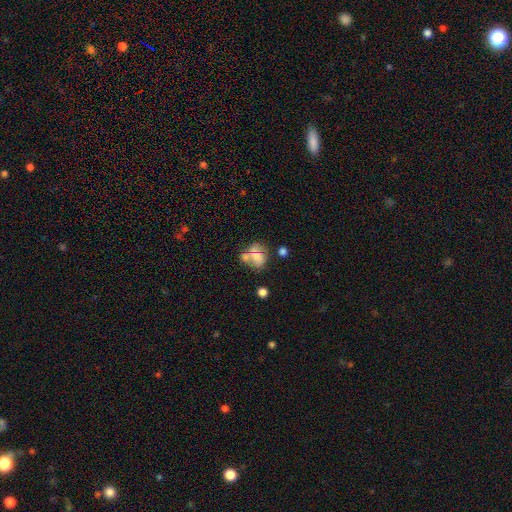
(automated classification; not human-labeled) smooth 60%, featured or disk 29%, star or artifact 12%. Down the decision tree: how rounded — in between (54%); merging — merger (43%).